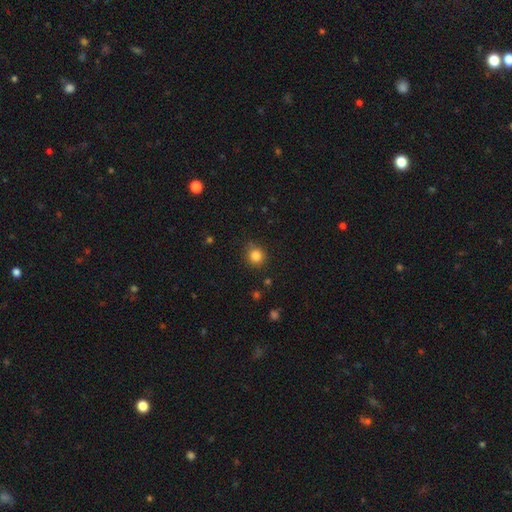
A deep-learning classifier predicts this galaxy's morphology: Smooth or featured? Predicted: smooth (p=0.83). How rounded? Predicted: round (p=0.90). Merging? Predicted: none (p=0.83).